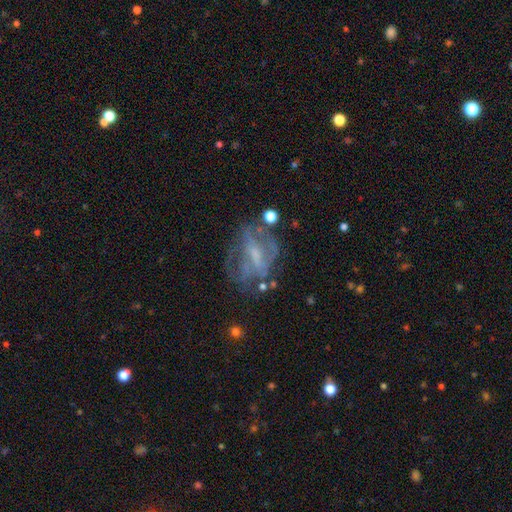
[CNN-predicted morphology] smooth_or_featured: featured or disk (p=0.68) [alt: smooth p=0.19]
disk_edge_on: no (p=0.95) [alt: yes p=0.05]
bar: weak (p=0.43) [alt: no p=0.34]
has_spiral_arms: yes (p=0.53) [alt: no p=0.47]
bulge_size: small (p=0.40) [alt: none p=0.28]
merging: none (p=0.48) [alt: major disturbance p=0.26]